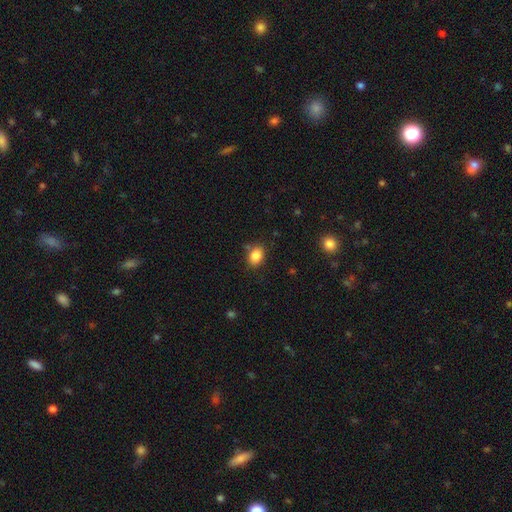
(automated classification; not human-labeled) smooth-or-featured: smooth: 85% | star or artifact: 9% | featured or disk: 5%
  how-rounded: in between: 70% | round: 29% | cigar-shaped: 1%
  merging: none: 79% | minor disturbance: 13% | merger: 4% | major disturbance: 3%